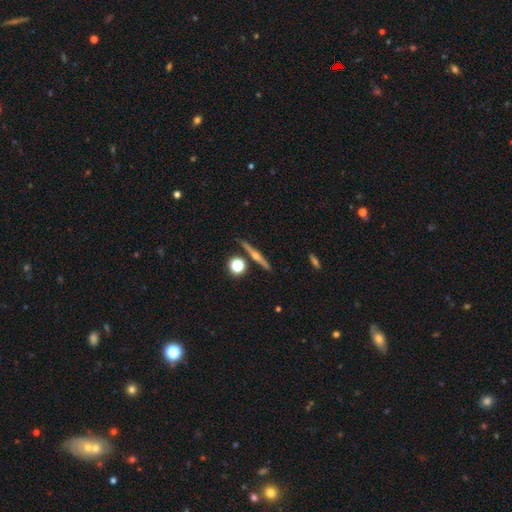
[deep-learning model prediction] Q: Smooth or featured?
A: featured or disk (72%); runner-up: smooth (19%)
Q: Edge-on disk?
A: yes (97%); runner-up: no (3%)
Q: Edge-on bulge?
A: rounded (91%); runner-up: none (5%)
Q: Merging?
A: none (87%); runner-up: minor disturbance (7%)